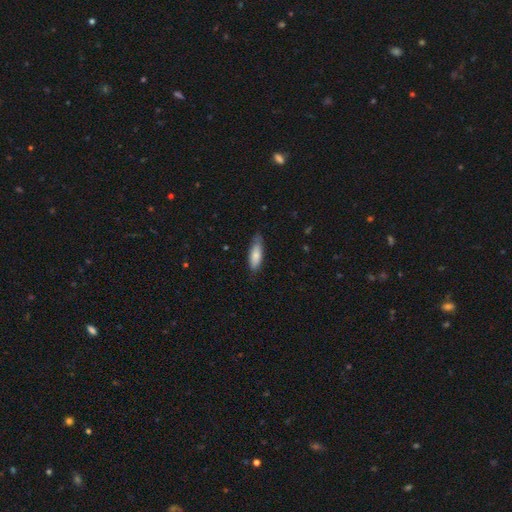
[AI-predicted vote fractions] smooth 78%, featured or disk 17%, star or artifact 6%. Down the decision tree: how rounded — in between (53%); merging — none (74%).